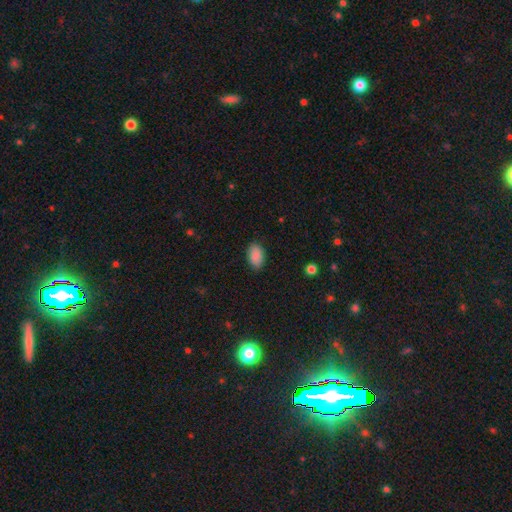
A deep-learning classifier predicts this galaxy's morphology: Smooth or featured: smooth — 88% (star or artifact — 7%)
How rounded: in between — 92% (round — 7%)
Merging: none — 86% (minor disturbance — 11%)